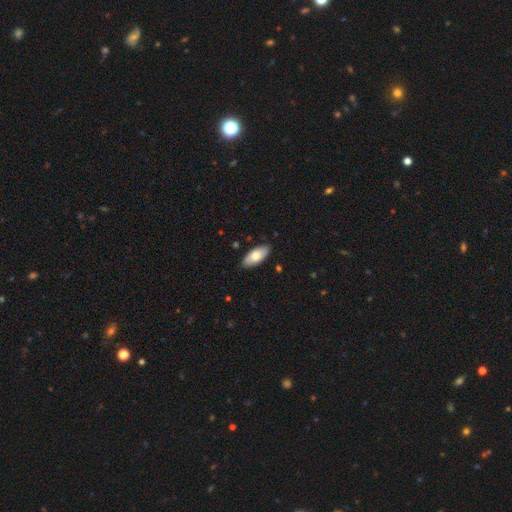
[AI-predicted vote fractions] The model was most divided on "smooth or featured": smooth: 72%, featured or disk: 22%, star or artifact: 6%. More confident: how rounded — in between (90%); merging — none (87%).